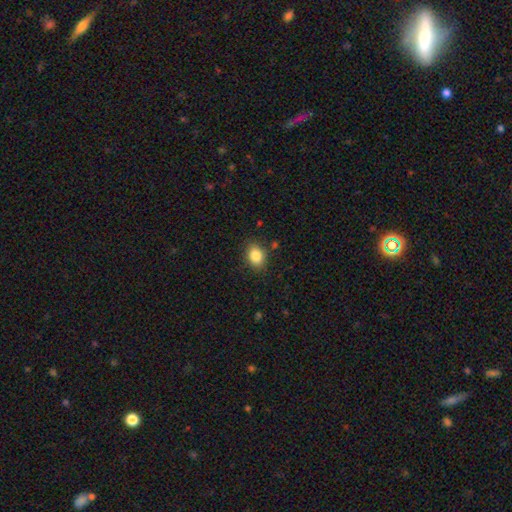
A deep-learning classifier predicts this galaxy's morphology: The model was most divided on "how rounded": in between: 68%, round: 31%, cigar-shaped: 1%. More confident: smooth or featured — smooth (85%); merging — none (84%).